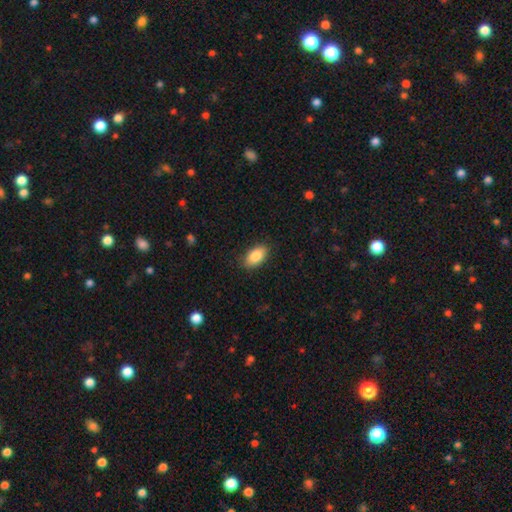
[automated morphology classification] smooth-or-featured: smooth: 88% | star or artifact: 7% | featured or disk: 6%
  how-rounded: in between: 93% | round: 4% | cigar-shaped: 3%
  merging: none: 87% | minor disturbance: 9% | major disturbance: 2% | merger: 1%